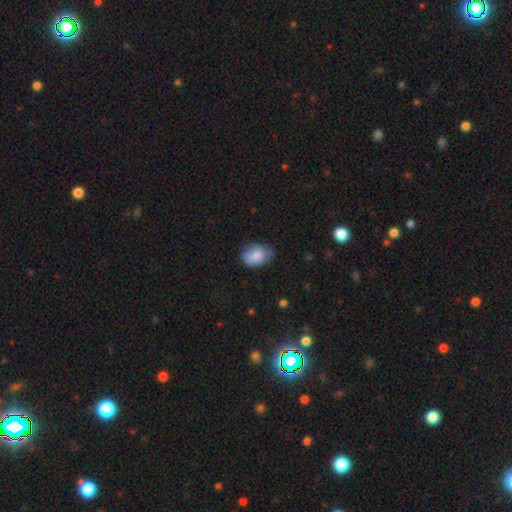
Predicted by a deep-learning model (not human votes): smooth_or_featured: smooth (p=0.82) [alt: featured or disk p=0.12]
how_rounded: in between (p=0.72) [alt: round p=0.27]
merging: none (p=0.60) [alt: minor disturbance p=0.32]